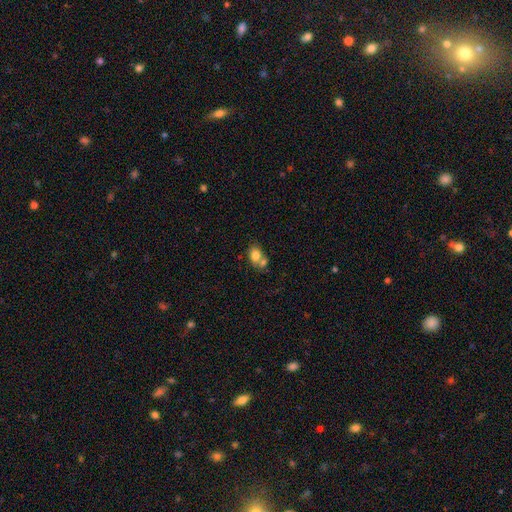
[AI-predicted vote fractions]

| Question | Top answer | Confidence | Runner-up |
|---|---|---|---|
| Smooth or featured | smooth | 77% | featured or disk (13%) |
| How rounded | in between | 63% | round (36%) |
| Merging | merger | 50% | none (35%) |